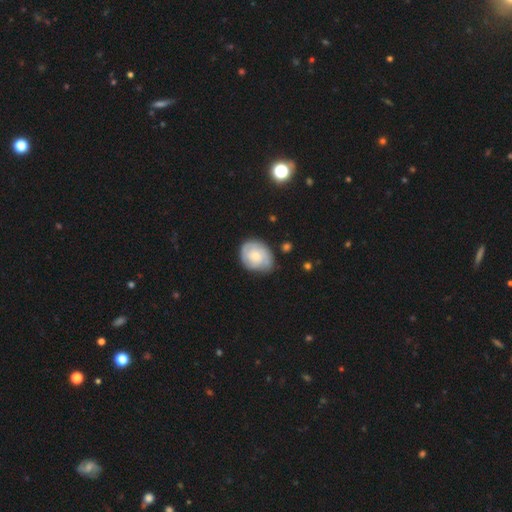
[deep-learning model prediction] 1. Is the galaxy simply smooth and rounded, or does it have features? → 52% featured or disk, 42% smooth, 6% star or artifact.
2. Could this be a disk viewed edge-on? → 97% no, 3% yes.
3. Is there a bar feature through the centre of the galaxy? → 80% no, 17% weak, 2% strong.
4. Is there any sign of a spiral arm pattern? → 78% yes, 22% no.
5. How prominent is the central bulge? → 49% small, 39% moderate, 5% large, 5% none, 1% dominant.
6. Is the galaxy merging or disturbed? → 66% none, 25% minor disturbance, 7% major disturbance, 2% merger.